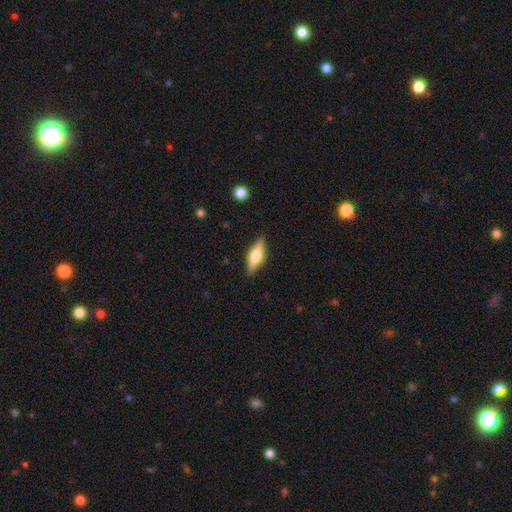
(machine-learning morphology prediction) Smooth or featured? Predicted: smooth (p=0.50). How rounded? Predicted: in between (p=0.57). Merging? Predicted: none (p=0.86).